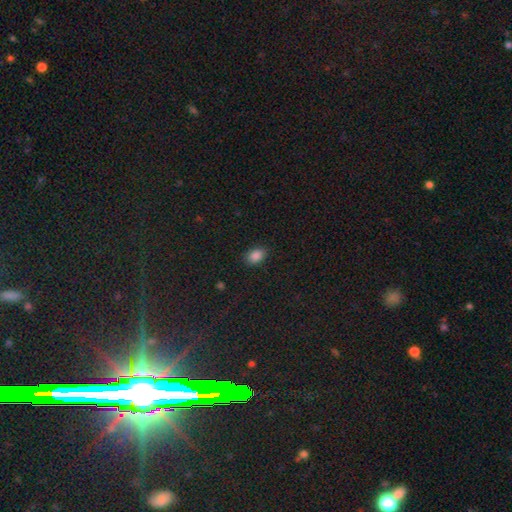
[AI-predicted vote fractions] Smooth or featured: smooth — 86% (star or artifact — 10%)
How rounded: in between — 81% (round — 17%)
Merging: none — 86% (minor disturbance — 11%)